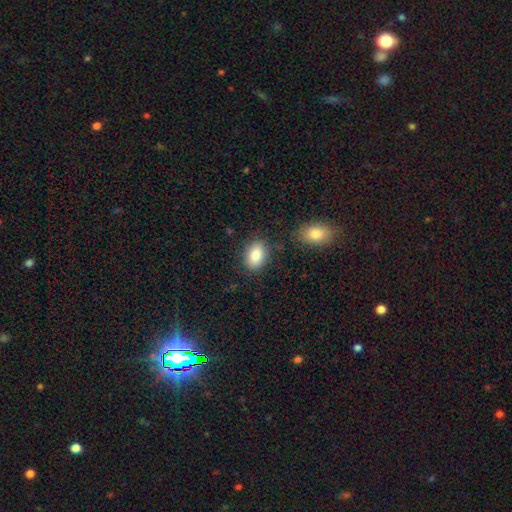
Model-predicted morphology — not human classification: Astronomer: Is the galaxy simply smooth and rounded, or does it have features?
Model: smooth — 86%.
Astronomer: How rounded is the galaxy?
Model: in between — 85%.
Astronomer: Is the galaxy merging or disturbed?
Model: none — 81%.